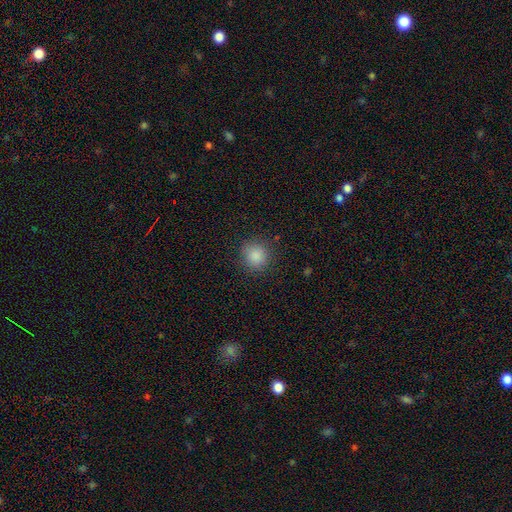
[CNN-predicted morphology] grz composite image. It shows a smooth galaxy with no disk features (86%) that is round (89%). Merging: none (87%).